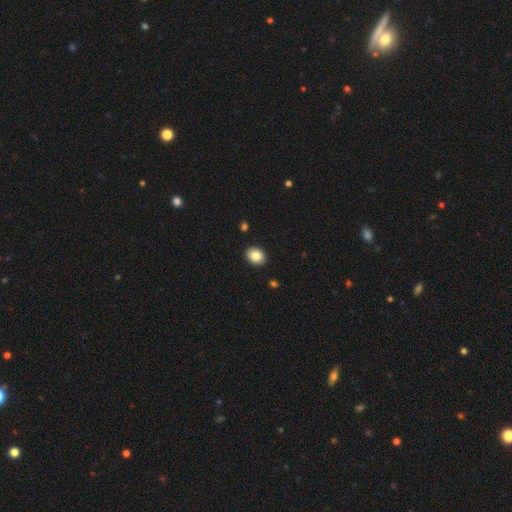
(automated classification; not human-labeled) Overall: smooth (86%). How rounded: in between (58%; round 42%). Merging: none (91%).